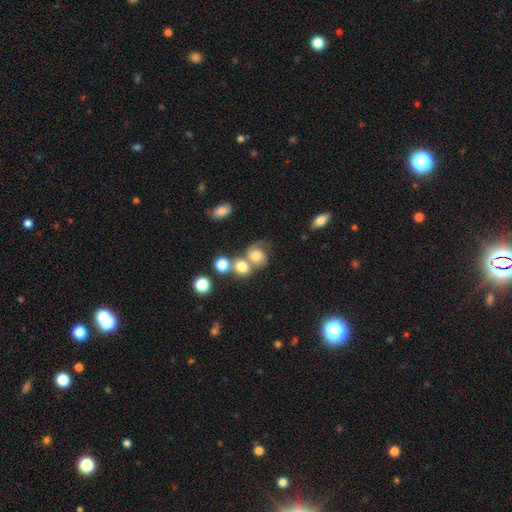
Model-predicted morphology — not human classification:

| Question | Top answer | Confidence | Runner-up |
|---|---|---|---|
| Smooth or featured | smooth | 54% | featured or disk (36%) |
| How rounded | round | 70% | in between (29%) |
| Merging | merger | 48% | none (27%) |